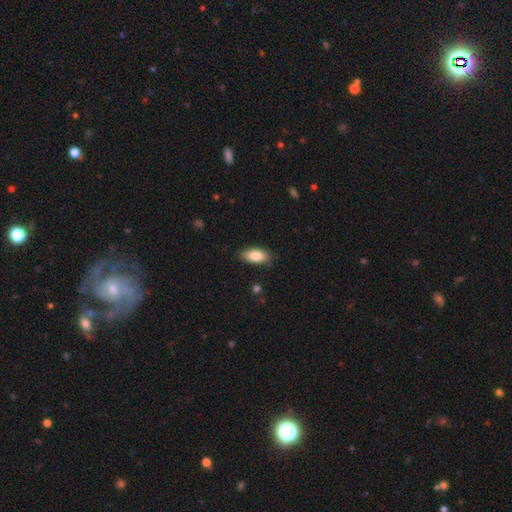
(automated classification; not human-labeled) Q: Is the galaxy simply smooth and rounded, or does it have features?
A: smooth — 85%.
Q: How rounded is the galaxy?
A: in between — 89%.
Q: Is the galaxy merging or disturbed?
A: none — 83%.